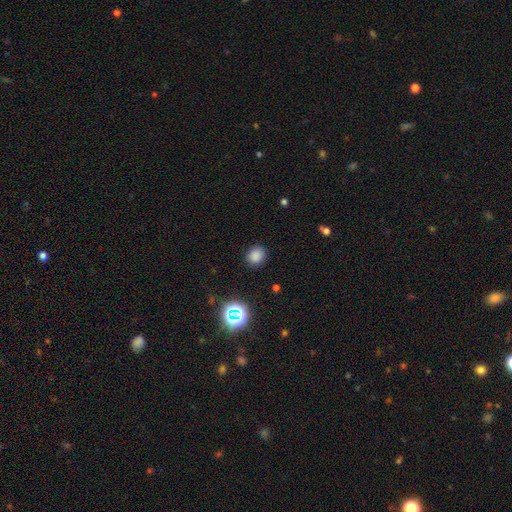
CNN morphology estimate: This is clearly a smooth galaxy (80%). How rounded: likely round (72%). Merging: clearly none (87%).